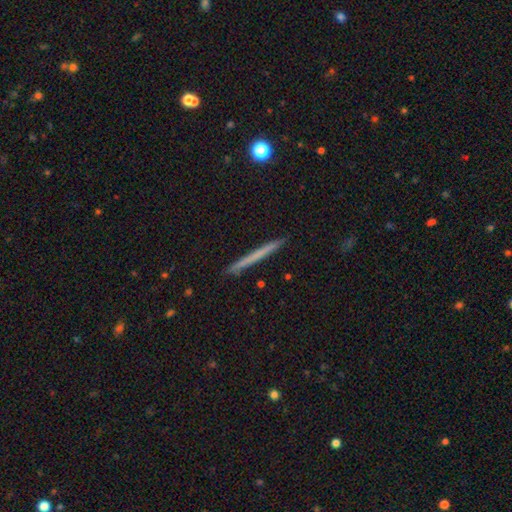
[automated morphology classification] Smooth or featured? Predicted: smooth (p=0.57). How rounded? Predicted: cigar-shaped (p=0.97). Merging? Predicted: none (p=0.92).